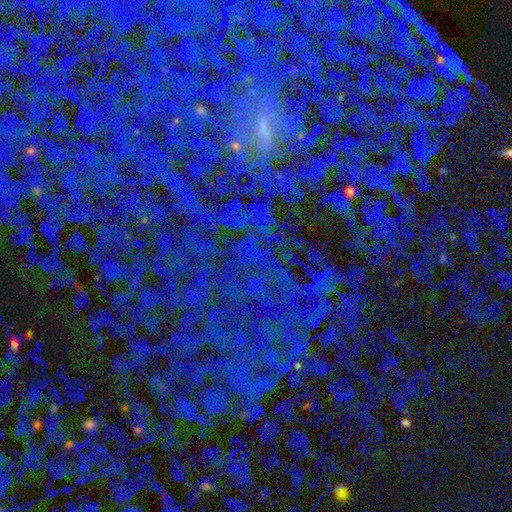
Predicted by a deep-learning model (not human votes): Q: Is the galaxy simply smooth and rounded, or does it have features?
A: star or artifact — 79%.